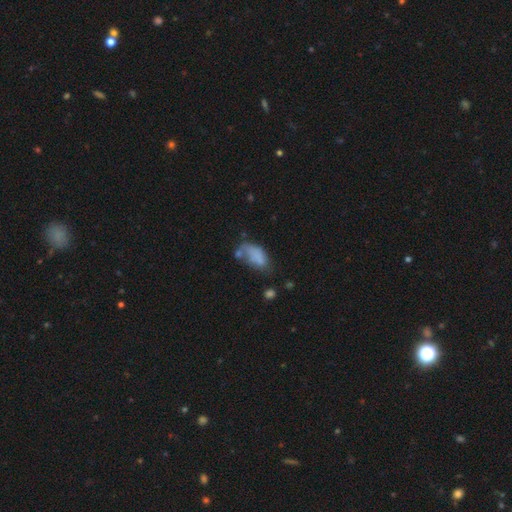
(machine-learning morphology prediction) Smooth or featured? smooth (68%)
How rounded? in between (92%)
Merging? none (30%)